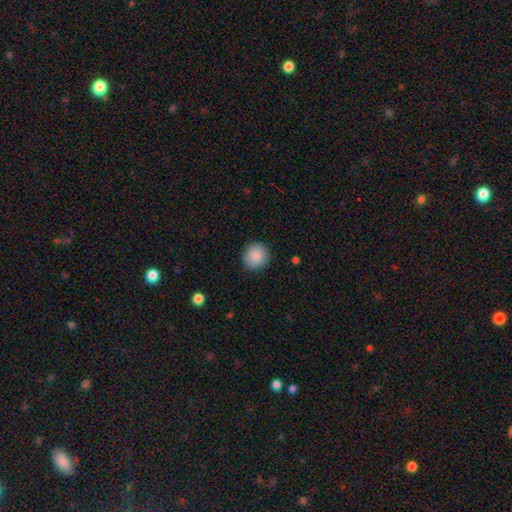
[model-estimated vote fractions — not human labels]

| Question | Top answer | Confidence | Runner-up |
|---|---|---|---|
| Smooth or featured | smooth | 86% | star or artifact (8%) |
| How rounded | round | 94% | in between (5%) |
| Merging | none | 90% | minor disturbance (7%) |